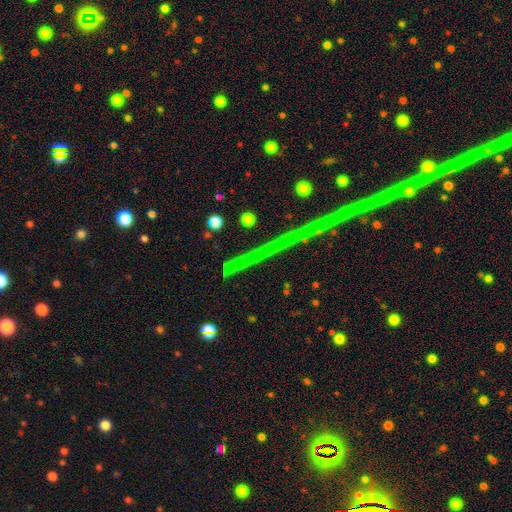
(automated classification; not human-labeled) star or artifact 77%, featured or disk 14%, smooth 10%.